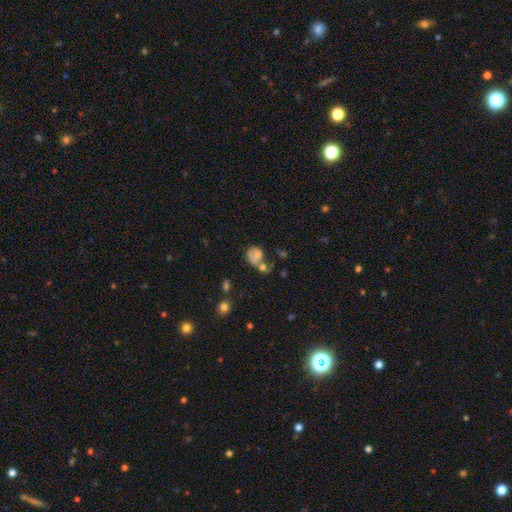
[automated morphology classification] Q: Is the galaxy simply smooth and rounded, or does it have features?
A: smooth — 59%.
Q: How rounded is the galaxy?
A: in between — 51%.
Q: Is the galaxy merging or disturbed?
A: merger — 35%.